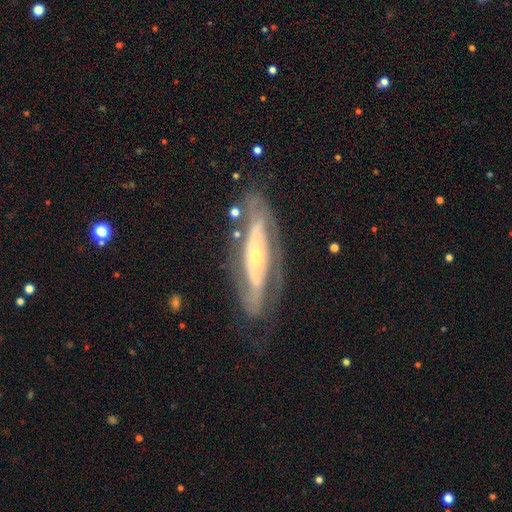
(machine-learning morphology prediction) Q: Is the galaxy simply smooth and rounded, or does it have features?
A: featured or disk — 78%.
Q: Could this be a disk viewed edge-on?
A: no — 72%.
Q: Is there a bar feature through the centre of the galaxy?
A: no — 63%.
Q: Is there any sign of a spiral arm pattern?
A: yes — 74%.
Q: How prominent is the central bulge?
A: small — 68%.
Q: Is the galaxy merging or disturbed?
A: none — 70%.